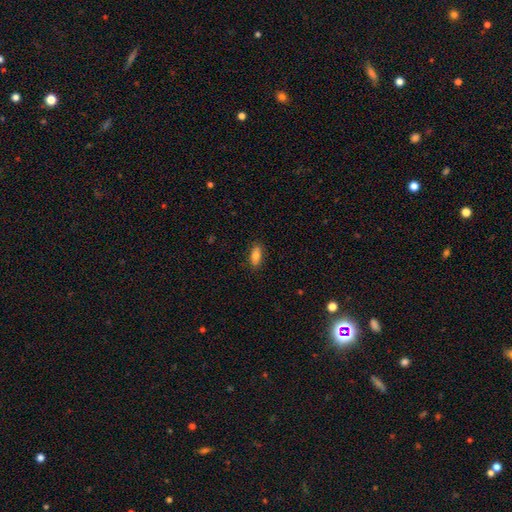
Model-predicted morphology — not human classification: A smooth galaxy with no disk features (83%) that is in between round and cigar-shaped (85%).

Vote fractions:
- Smooth or featured? smooth: 83% / featured or disk: 10% / star or artifact: 7%
- How rounded? in between: 85% / cigar-shaped: 12% / round: 3%
- Merging? none: 87% / minor disturbance: 10% / major disturbance: 2% / merger: 1%